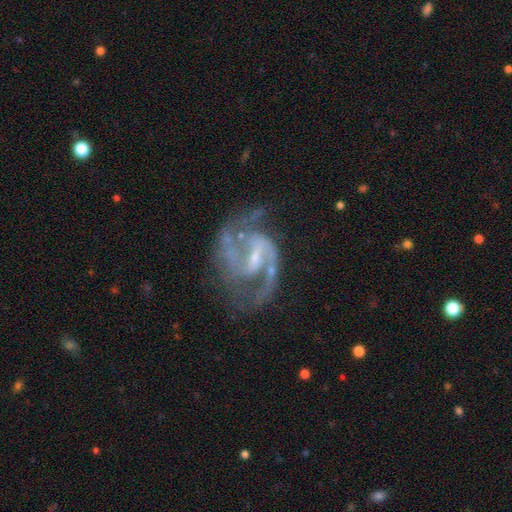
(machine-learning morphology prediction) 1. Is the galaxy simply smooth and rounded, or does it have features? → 92% featured or disk, 5% star or artifact, 3% smooth.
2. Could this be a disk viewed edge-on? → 98% no, 2% yes.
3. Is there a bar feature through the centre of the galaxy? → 53% weak, 33% strong, 15% no.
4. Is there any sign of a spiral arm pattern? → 98% yes, 2% no.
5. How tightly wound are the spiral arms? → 64% medium, 19% loose, 17% tight.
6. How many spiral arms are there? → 90% 2, 3% 3, 2% can't tell, 2% 1, 1% 4, 1% more than 4.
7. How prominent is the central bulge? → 63% small, 20% moderate, 14% none, 1% large, 1% dominant.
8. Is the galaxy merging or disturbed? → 64% none, 20% minor disturbance, 13% major disturbance, 3% merger.